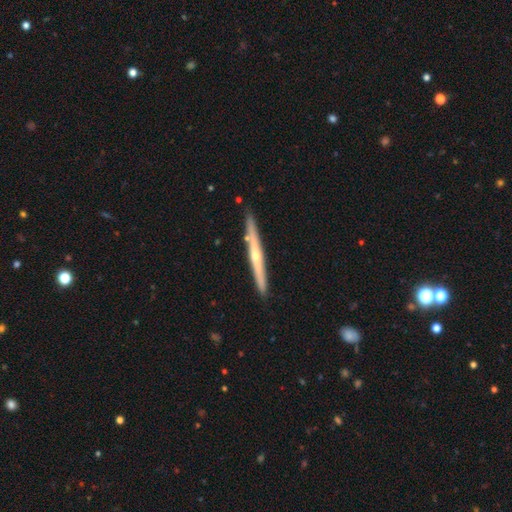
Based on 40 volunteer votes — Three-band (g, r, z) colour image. It shows a featured or disk galaxy (72%) viewed edge-on (97%) with a rounded central bulge (71%). Merging: none (92%).